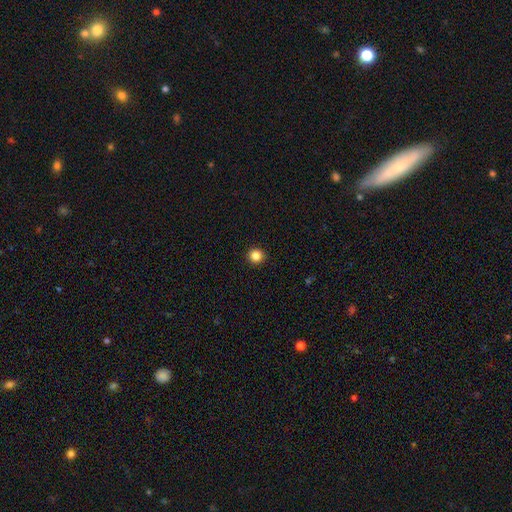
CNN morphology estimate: Overall: smooth (85%). How rounded: round (95%). Merging: none (93%).